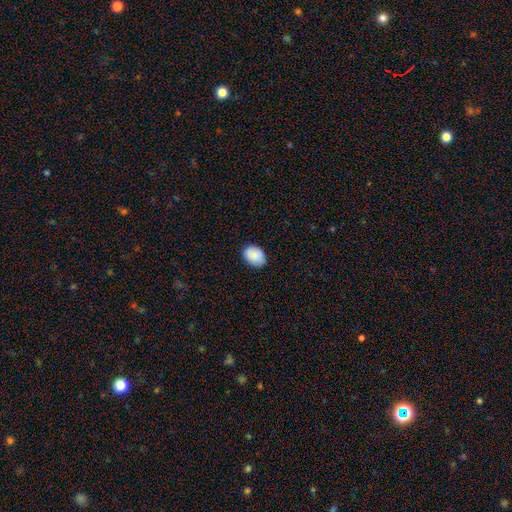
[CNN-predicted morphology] Smooth or featured?
  - smooth: 89% *
  - star or artifact: 7%
  - featured or disk: 4%
How rounded?
  - in between: 71% *
  - round: 28%
  - cigar-shaped: 1%
Merging?
  - none: 83% *
  - minor disturbance: 13%
  - major disturbance: 2%
  - merger: 1%